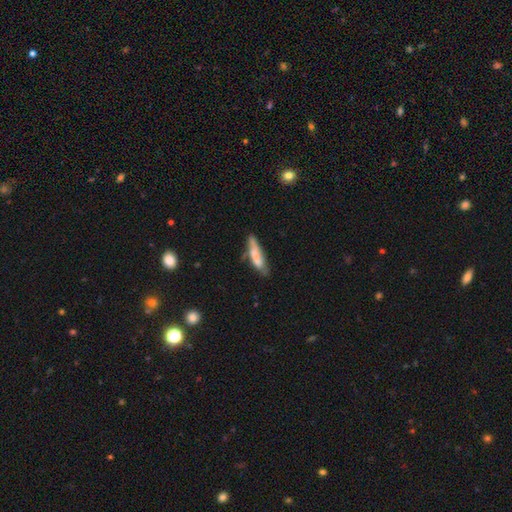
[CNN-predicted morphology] smooth-or-featured: smooth: 62% | featured or disk: 31% | star or artifact: 7%
  how-rounded: cigar-shaped: 69% | in between: 29% | round: 2%
  merging: none: 49% | minor disturbance: 28% | merger: 12% | major disturbance: 11%